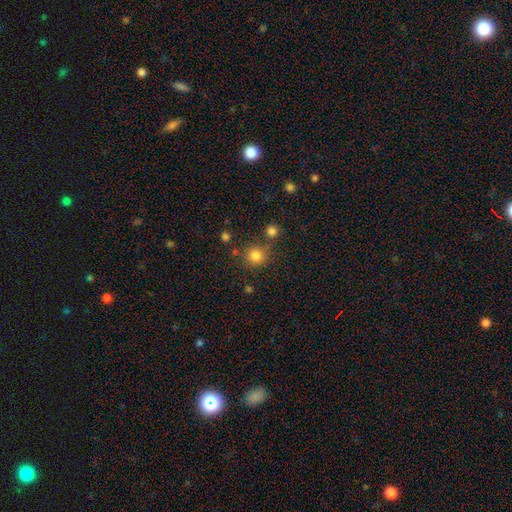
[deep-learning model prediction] Morphology: type=smooth (81%); roundness=round (91%); merging=none (74%).